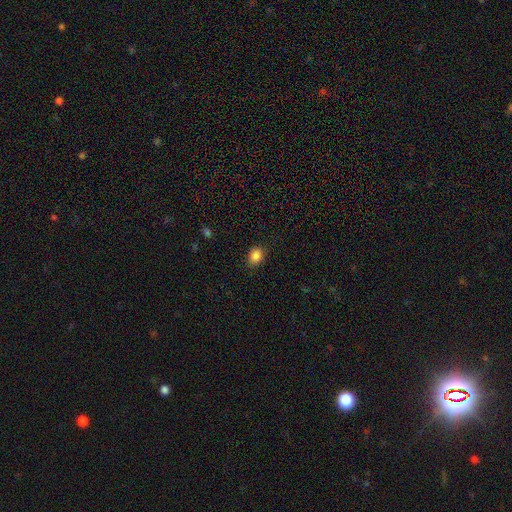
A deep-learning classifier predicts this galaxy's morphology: smooth_or_featured: smooth (p=0.86) [alt: star or artifact p=0.10]
how_rounded: round (p=0.51) [alt: in between p=0.48]
merging: none (p=0.87) [alt: minor disturbance p=0.09]